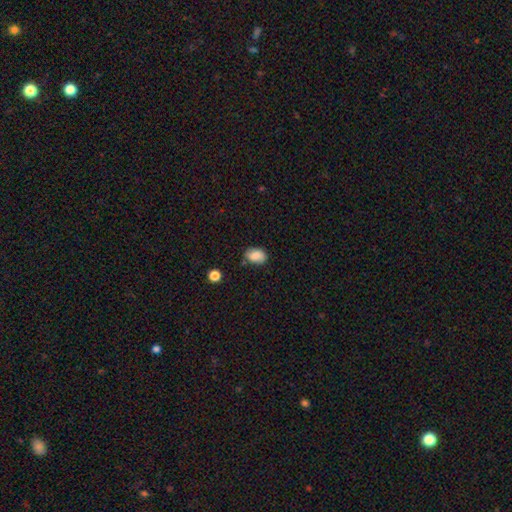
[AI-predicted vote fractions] Smooth or featured: smooth — 82% (featured or disk — 9%)
How rounded: in between — 80% (round — 19%)
Merging: none — 70% (minor disturbance — 22%)